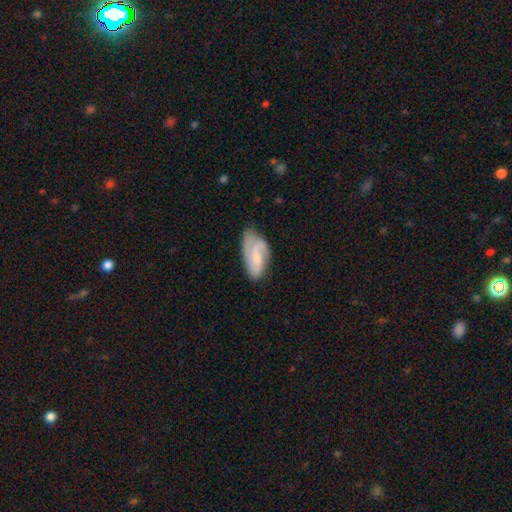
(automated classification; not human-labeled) Overall: featured or disk (55%; smooth 38%). Edge-on disk: no (95%). Bar: no (56%; weak 35%). Spiral arms: yes (86%). Bulge size: small (42%; moderate 27%). Merging: none (51%; minor disturbance 32%).